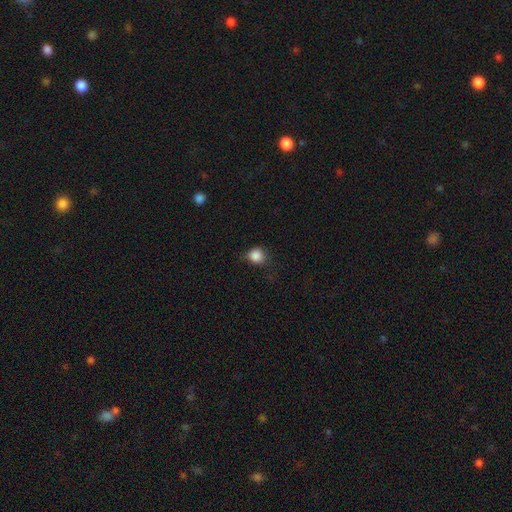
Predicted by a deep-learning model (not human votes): smooth_or_featured: smooth (p=0.85) [alt: star or artifact p=0.11]
how_rounded: round (p=0.82) [alt: in between p=0.17]
merging: none (p=0.69) [alt: minor disturbance p=0.23]